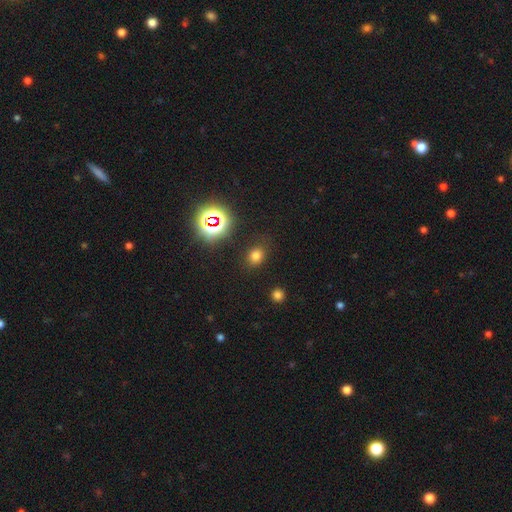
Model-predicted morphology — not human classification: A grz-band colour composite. It shows a smooth galaxy with no disk features (70%) that is round (57%). Merging: none (82%).